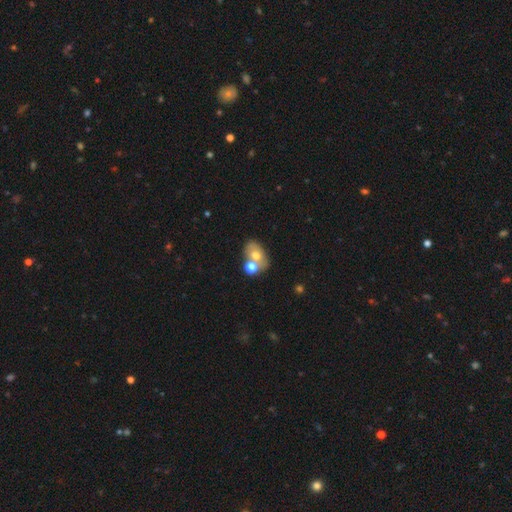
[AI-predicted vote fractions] Smooth or featured?
  - smooth: 64% *
  - featured or disk: 25%
  - star or artifact: 11%
How rounded?
  - in between: 75% *
  - round: 23%
  - cigar-shaped: 1%
Merging?
  - none: 45% *
  - merger: 38%
  - minor disturbance: 12%
  - major disturbance: 5%